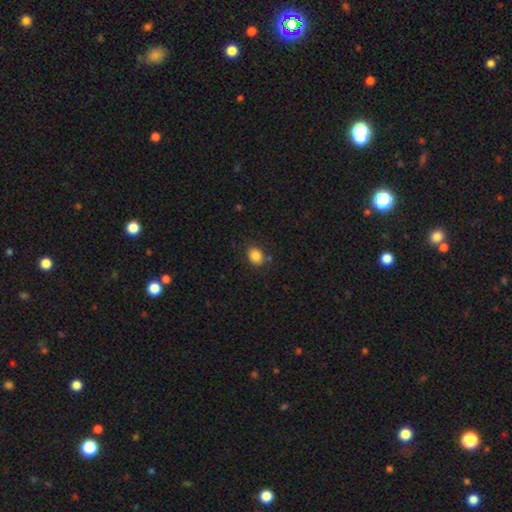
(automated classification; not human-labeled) Smooth or featured? smooth (85%)
How rounded? round (50%)
Merging? none (81%)